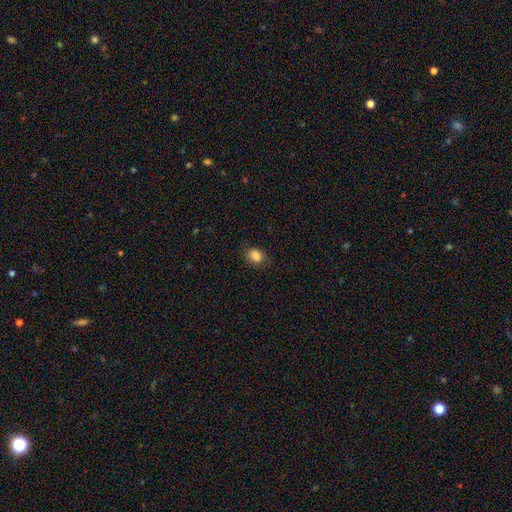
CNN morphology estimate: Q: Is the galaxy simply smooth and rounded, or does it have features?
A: smooth — 85%.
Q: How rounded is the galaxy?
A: in between — 55%.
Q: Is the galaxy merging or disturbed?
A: none — 83%.